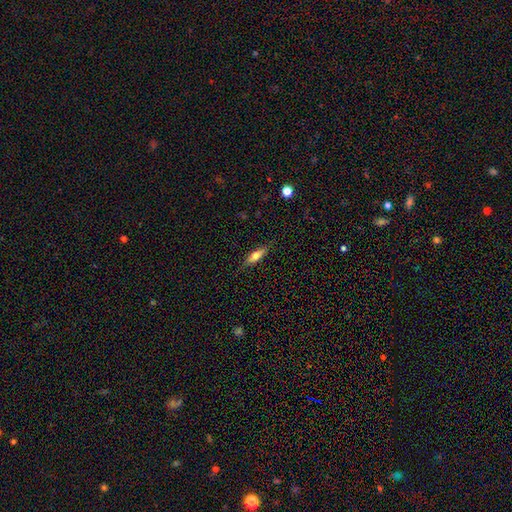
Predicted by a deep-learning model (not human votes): A smooth galaxy with no disk features (60%) that is cigar-shaped (53%). Merging: none (82%).